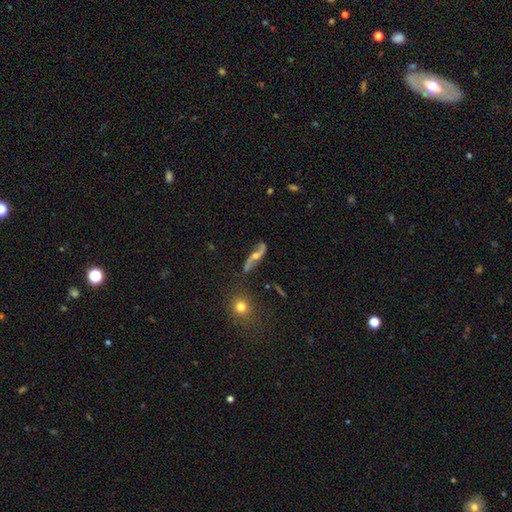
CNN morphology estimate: This appears to be a featured or disk galaxy (80%) with no bar (58%), 2 (92%) loose (82%) spiral arms (91%) and a moderate central bulge (55%). Merging: none (71%).